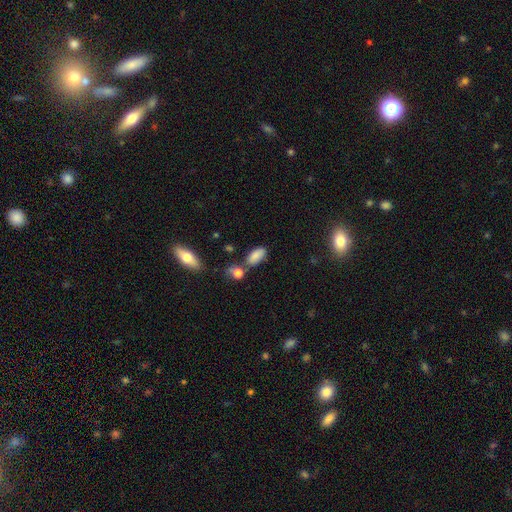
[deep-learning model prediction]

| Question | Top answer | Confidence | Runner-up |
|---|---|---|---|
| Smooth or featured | smooth | 82% | star or artifact (10%) |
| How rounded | in between | 88% | cigar-shaped (7%) |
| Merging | none | 63% | minor disturbance (18%) |